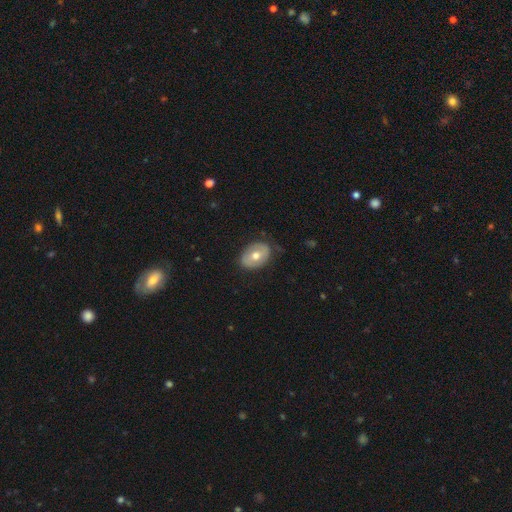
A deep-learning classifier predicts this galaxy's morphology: type=smooth (53%); roundness=in between (73%); merging=none (76%).